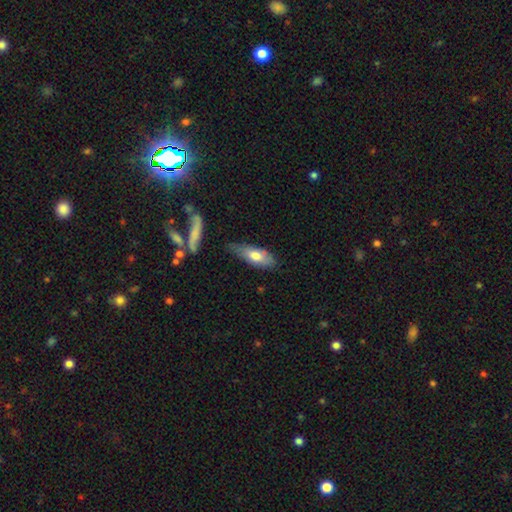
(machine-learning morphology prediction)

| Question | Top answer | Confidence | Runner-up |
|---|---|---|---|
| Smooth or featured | smooth | 68% | featured or disk (26%) |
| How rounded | in between | 68% | cigar-shaped (29%) |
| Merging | none | 57% | minor disturbance (30%) |